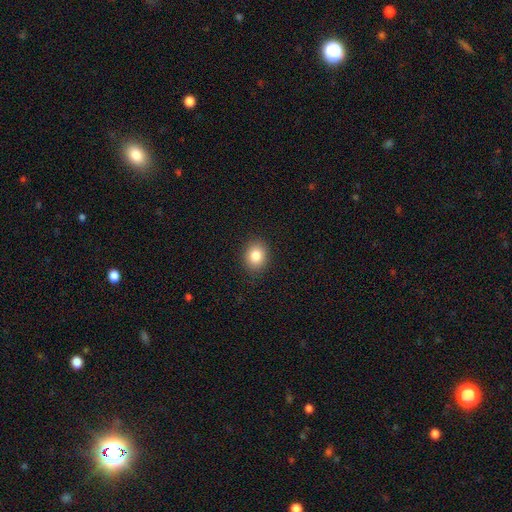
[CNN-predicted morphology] Smooth or featured? Predicted: smooth (p=0.83). How rounded? Predicted: round (p=0.59). Merging? Predicted: none (p=0.90).